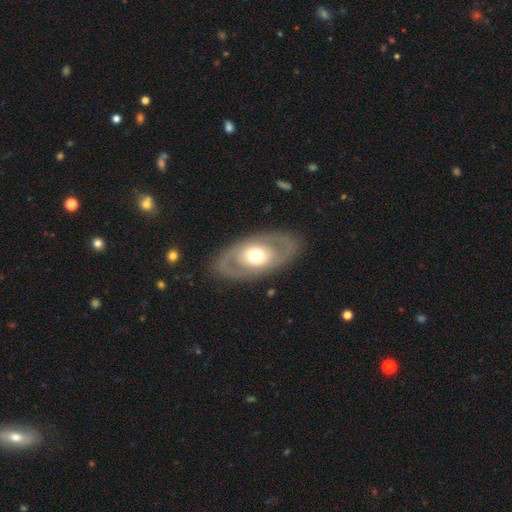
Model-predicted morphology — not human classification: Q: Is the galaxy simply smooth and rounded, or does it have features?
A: featured or disk — 56%.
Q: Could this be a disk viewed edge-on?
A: no — 88%.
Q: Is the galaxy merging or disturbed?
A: none — 84%.